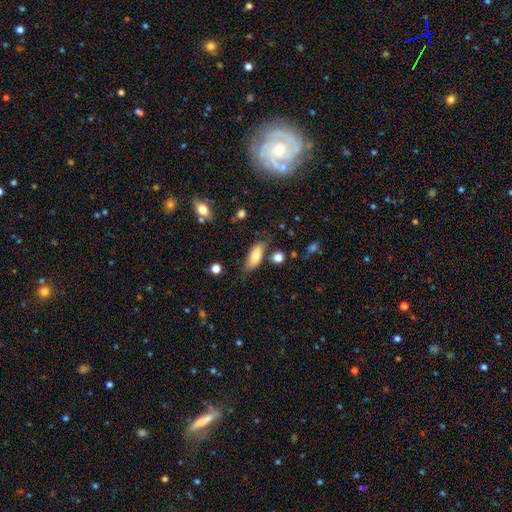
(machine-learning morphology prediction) The model was most divided on "merging": none: 67%, minor disturbance: 22%, merger: 6%, major disturbance: 6%. More confident: how rounded — in between (80%); smooth or featured — smooth (74%).